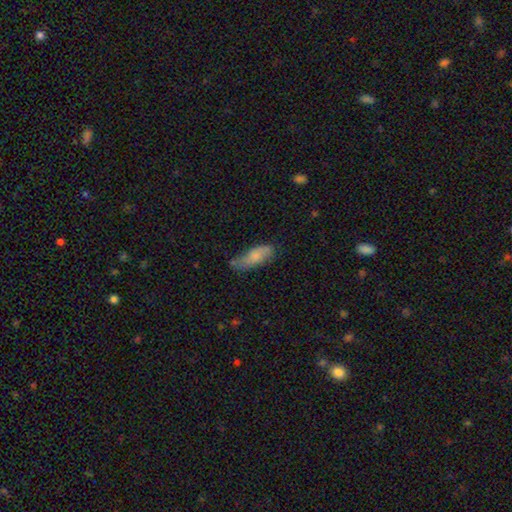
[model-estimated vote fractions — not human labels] This is likely a smooth galaxy (72%). How rounded: likely in between (65%). Merging: possibly none (60%).